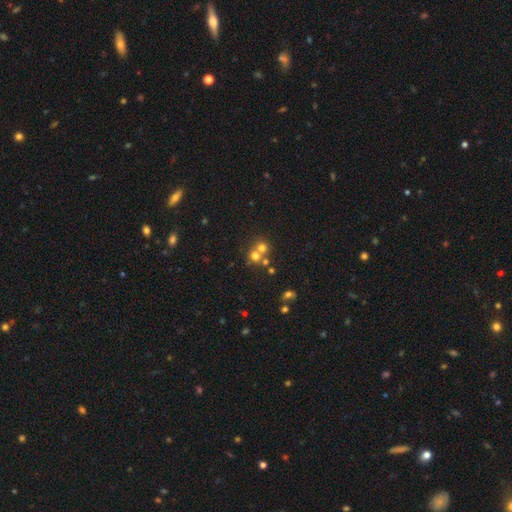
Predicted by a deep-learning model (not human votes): smooth 66%, star or artifact 18%, featured or disk 16%. Down the decision tree: how rounded — round (85%); merging — merger (51%).